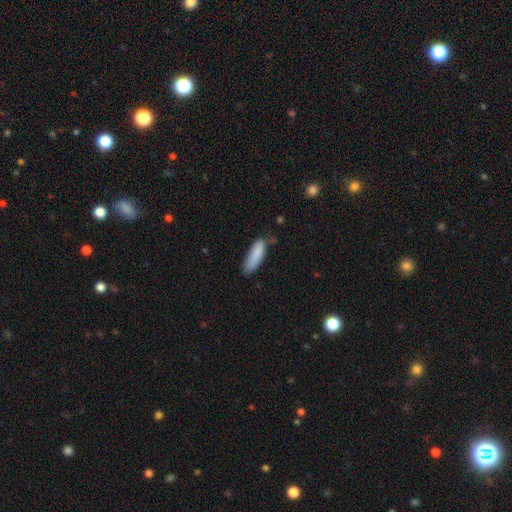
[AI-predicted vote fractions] The model was most divided on "how rounded": in between: 52%, cigar-shaped: 47%, round: 2%. More confident: smooth or featured — smooth (87%); merging — none (62%).